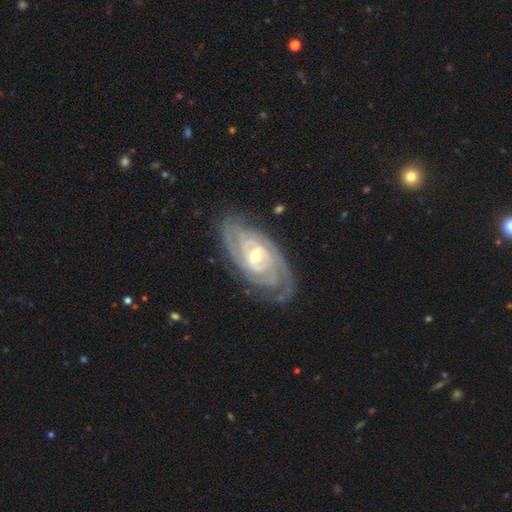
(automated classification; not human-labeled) Morphology: type=featured or disk (89%); edge-on=no (94%); bar=no (46%); spiral arms=yes (97%); winding=tight (75%); arm count=2 (28%); bulge=moderate (57%); merging=none (74%).